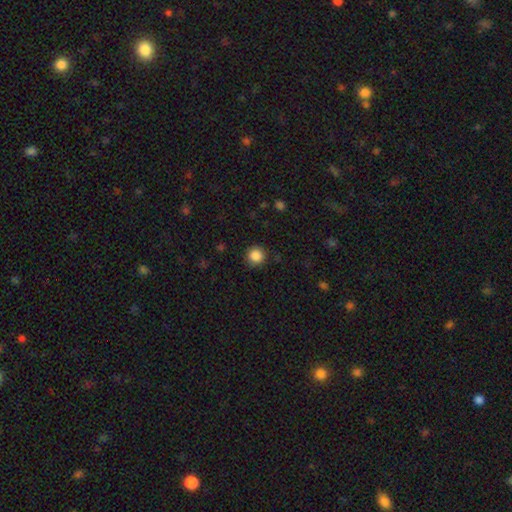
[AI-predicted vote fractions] The model was most divided on "smooth or featured": smooth: 87%, star or artifact: 10%, featured or disk: 3%. More confident: how rounded — round (94%); merging — none (88%).